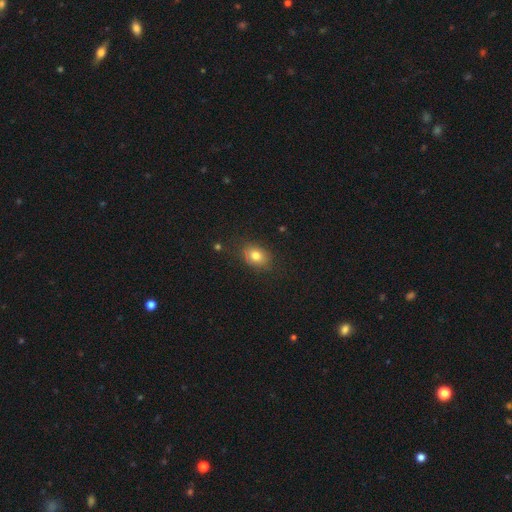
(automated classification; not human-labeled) smooth 79%, featured or disk 11%, star or artifact 10%. Down the decision tree: how rounded — in between (65%); merging — none (80%).